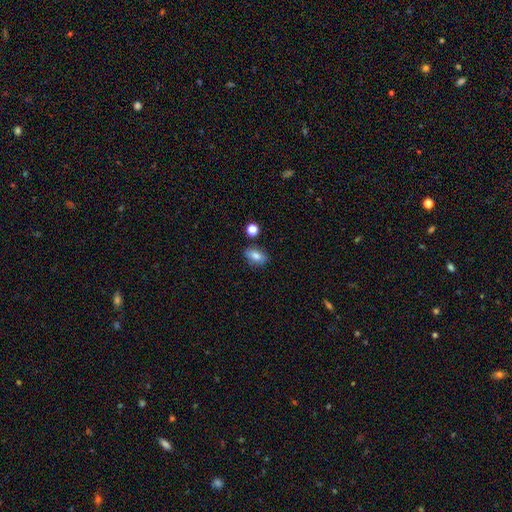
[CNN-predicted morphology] A smooth galaxy with no disk features (78%) that is in between round and cigar-shaped (83%). Merging: none (77%).